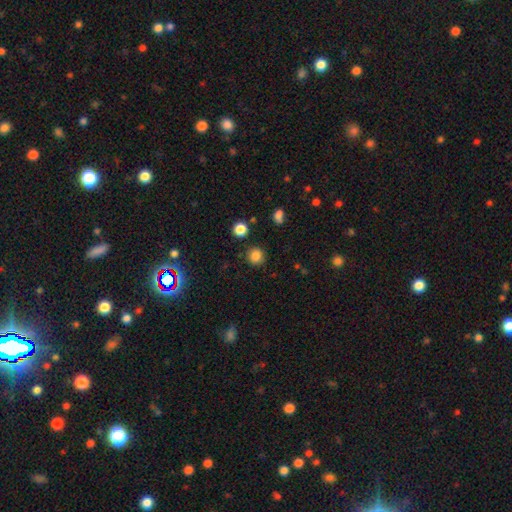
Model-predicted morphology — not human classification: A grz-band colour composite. It shows a smooth galaxy with no disk features (83%) that is round (90%). Merging: none (88%).